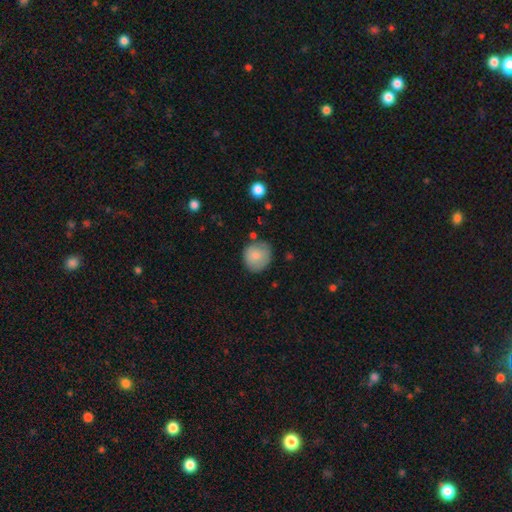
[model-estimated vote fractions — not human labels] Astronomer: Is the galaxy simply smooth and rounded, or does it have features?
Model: smooth — 82%.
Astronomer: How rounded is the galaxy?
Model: round — 83%.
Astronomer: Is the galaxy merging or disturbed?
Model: none — 70%.